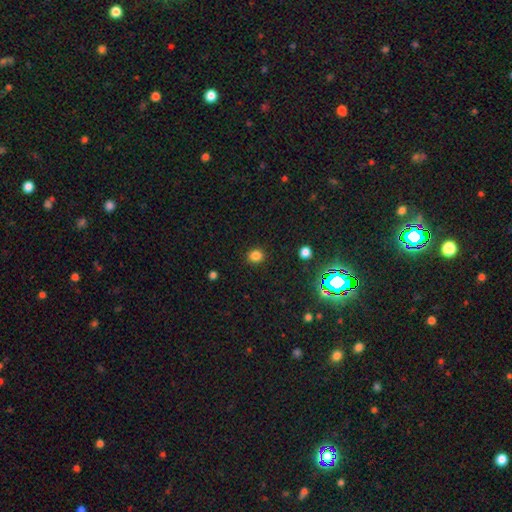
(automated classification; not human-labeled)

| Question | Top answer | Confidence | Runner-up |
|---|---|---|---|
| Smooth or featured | smooth | 82% | star or artifact (14%) |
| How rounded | round | 80% | in between (19%) |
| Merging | none | 90% | minor disturbance (7%) |